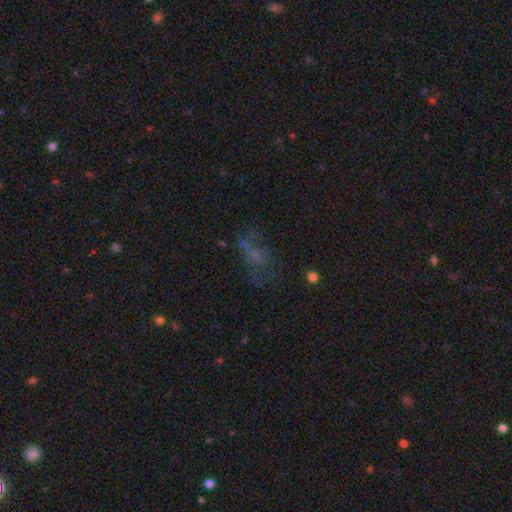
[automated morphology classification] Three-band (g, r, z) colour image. It shows a smooth galaxy with no disk features (36%). Merging: none (43%).